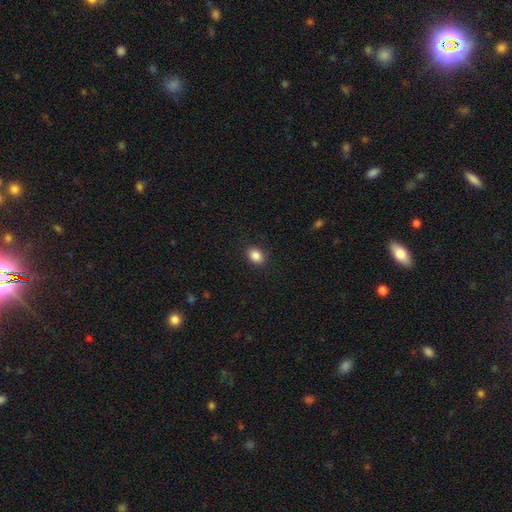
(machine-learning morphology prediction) A smooth galaxy with no disk features (87%) that is in between round and cigar-shaped (68%).

Vote fractions:
- Smooth or featured? smooth: 87% / star or artifact: 9% / featured or disk: 4%
- How rounded? in between: 68% / round: 31% / cigar-shaped: 1%
- Merging? none: 88% / minor disturbance: 8% / major disturbance: 2% / merger: 1%